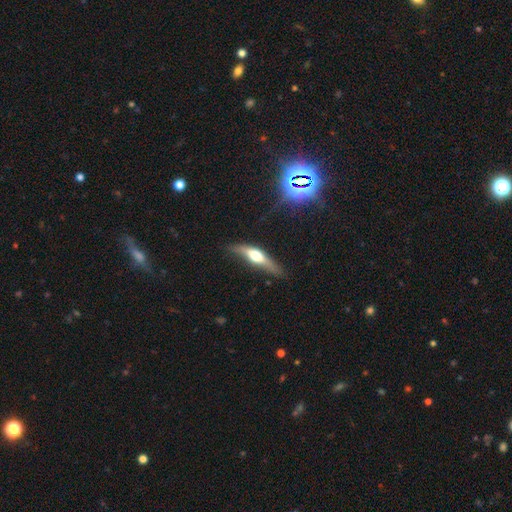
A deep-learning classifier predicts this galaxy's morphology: Smooth or featured? featured or disk (62%)
Edge-on disk? yes (90%)
Edge-on bulge? rounded (90%)
Merging? none (69%)